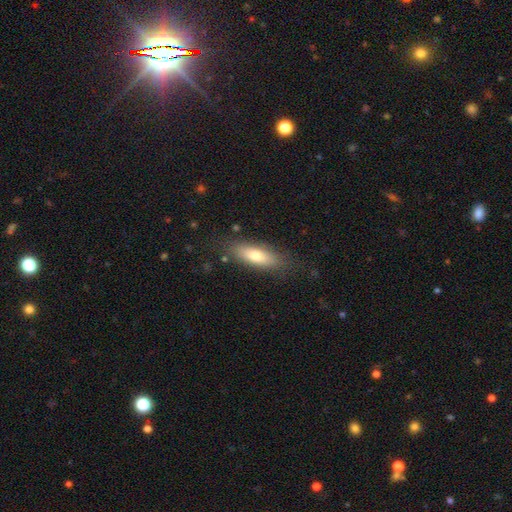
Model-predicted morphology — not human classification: Smooth or featured: smooth — 71% (featured or disk — 22%)
How rounded: in between — 60% (cigar-shaped — 37%)
Merging: none — 80% (minor disturbance — 14%)